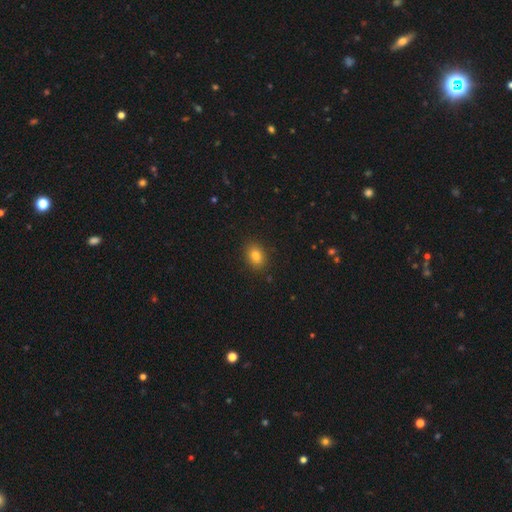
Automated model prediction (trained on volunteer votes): This is clearly a smooth galaxy (82%). How rounded: likely in between (76%). Merging: clearly none (88%).